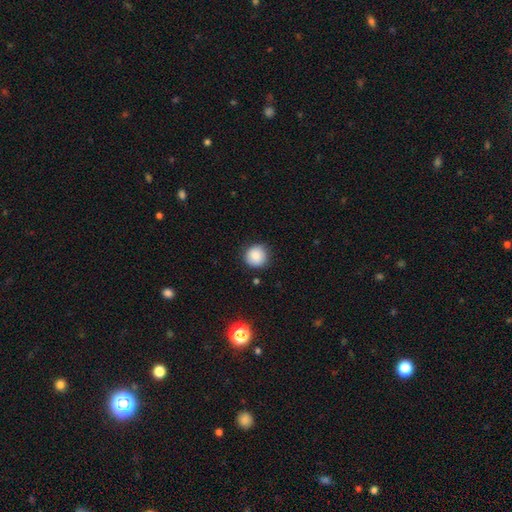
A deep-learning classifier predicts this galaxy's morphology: smooth 87%, star or artifact 8%, featured or disk 5%. Down the decision tree: how rounded — round (93%); merging — none (84%).